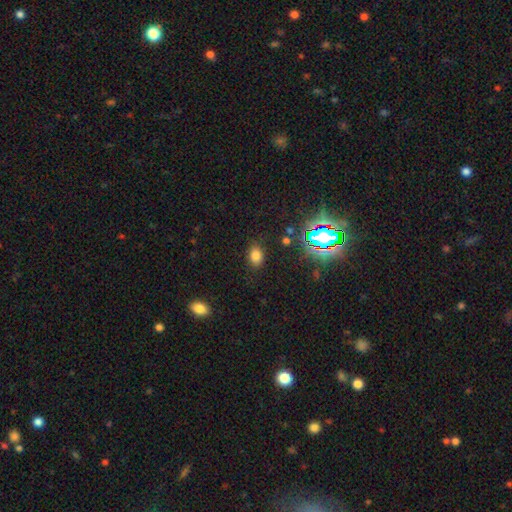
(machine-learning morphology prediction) This appears to be a smooth galaxy with no disk features (73%) that is in between round and cigar-shaped (73%). Merging: none (84%).